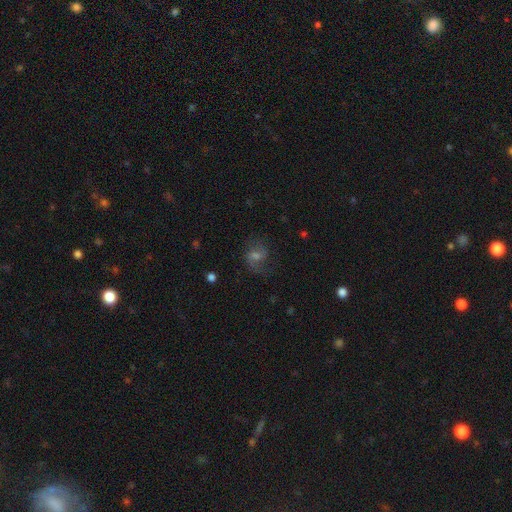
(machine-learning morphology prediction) Smooth or featured? featured or disk (64%)
Edge-on disk? no (97%)
Bar? weak (51%)
Spiral arms? yes (91%)
Spiral winding? medium (45%)
Spiral arm count? 2 (72%)
Bulge size? small (41%)
Merging? none (66%)